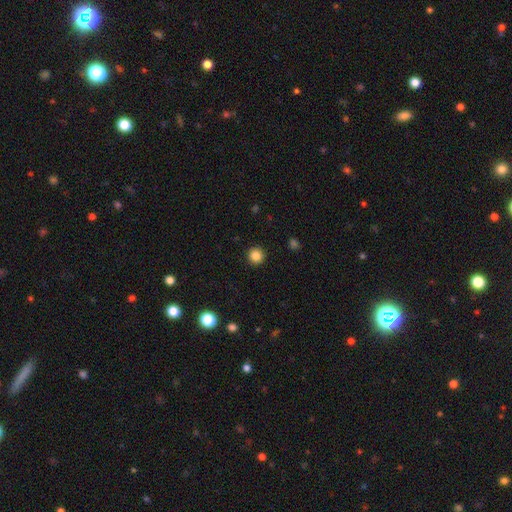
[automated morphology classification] Q: Smooth or featured?
A: smooth (85%); runner-up: star or artifact (11%)
Q: How rounded?
A: round (95%); runner-up: in between (4%)
Q: Merging?
A: none (93%); runner-up: minor disturbance (5%)